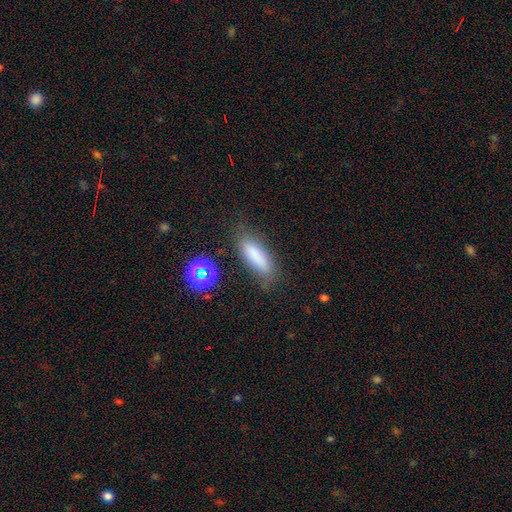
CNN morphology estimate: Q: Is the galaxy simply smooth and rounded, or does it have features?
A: smooth — 79%.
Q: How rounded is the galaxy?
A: in between — 50%.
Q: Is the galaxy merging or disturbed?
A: none — 76%.